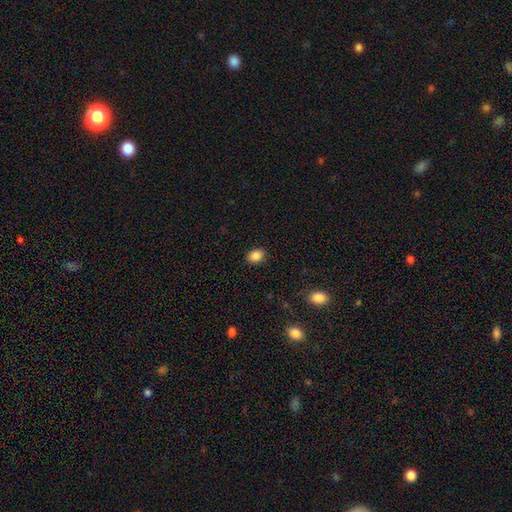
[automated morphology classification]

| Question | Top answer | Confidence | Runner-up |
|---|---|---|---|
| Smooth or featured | smooth | 87% | star or artifact (10%) |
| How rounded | in between | 58% | round (41%) |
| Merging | none | 89% | minor disturbance (8%) |